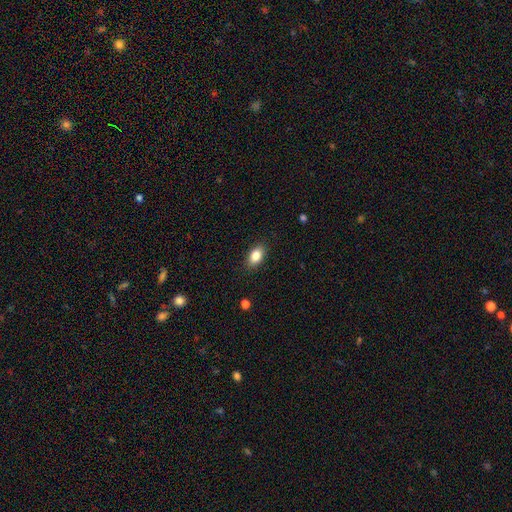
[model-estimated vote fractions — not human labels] This is clearly a smooth galaxy (84%). How rounded: clearly in between (89%). Merging: clearly none (87%).